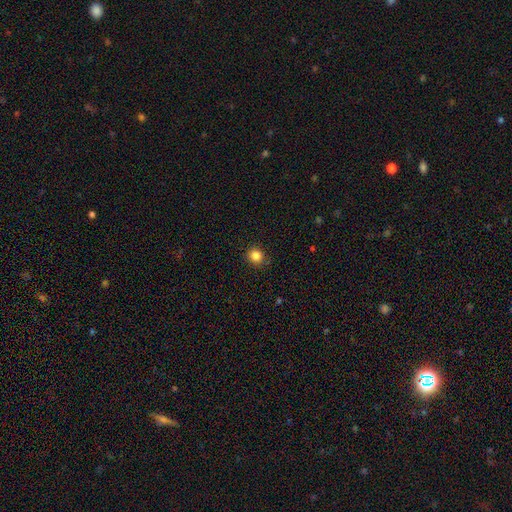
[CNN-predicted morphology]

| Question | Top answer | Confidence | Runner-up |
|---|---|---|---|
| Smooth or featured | smooth | 85% | star or artifact (11%) |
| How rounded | round | 88% | in between (11%) |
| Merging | none | 89% | minor disturbance (8%) |